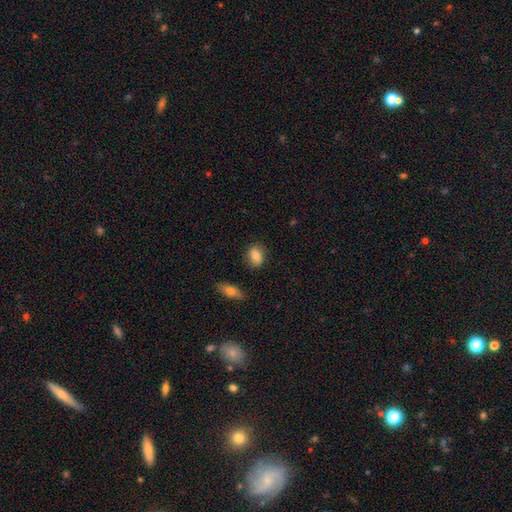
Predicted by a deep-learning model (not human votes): This is clearly a smooth galaxy (83%). How rounded: likely in between (73%). Merging: clearly none (85%).